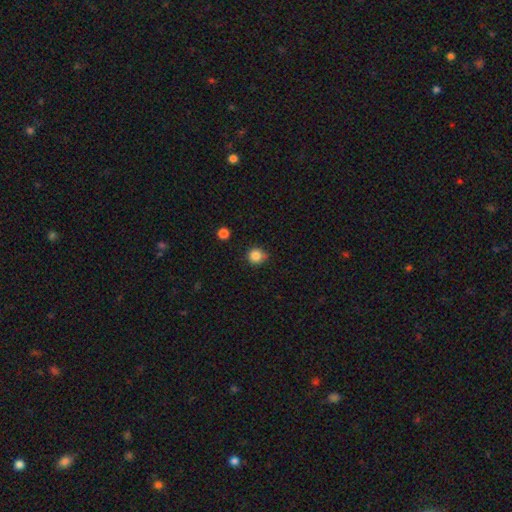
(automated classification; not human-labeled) A smooth galaxy with no disk features (85%) that is round (91%). Merging: none (79%).